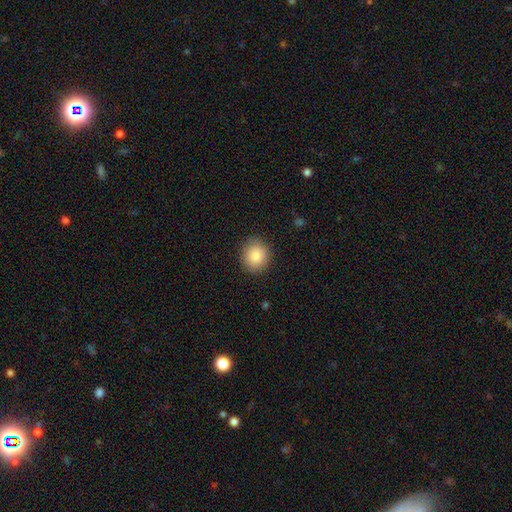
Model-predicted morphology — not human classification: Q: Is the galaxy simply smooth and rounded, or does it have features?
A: smooth — 87%.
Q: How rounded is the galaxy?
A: round — 80%.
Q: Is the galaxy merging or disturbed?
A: none — 87%.